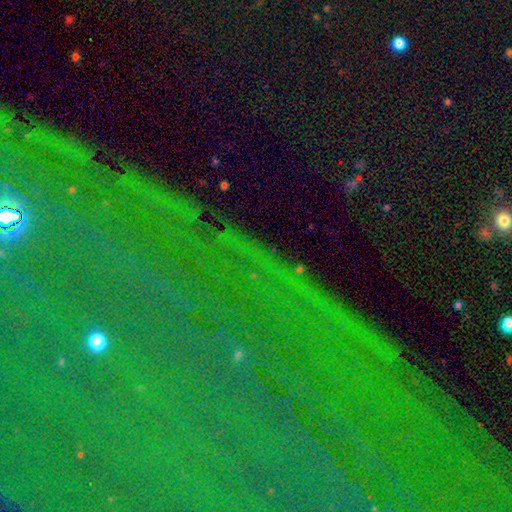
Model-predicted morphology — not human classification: This is clearly a star or artifact rather than a galaxy (84%).